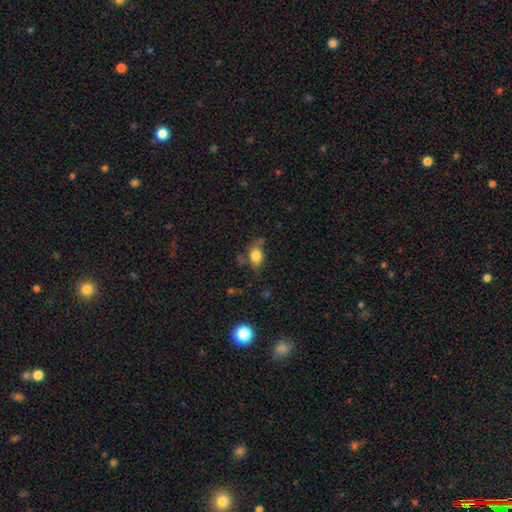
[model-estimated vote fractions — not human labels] Q: Smooth or featured?
A: smooth (78%); runner-up: featured or disk (12%)
Q: How rounded?
A: in between (71%); runner-up: round (26%)
Q: Merging?
A: none (58%); runner-up: minor disturbance (26%)